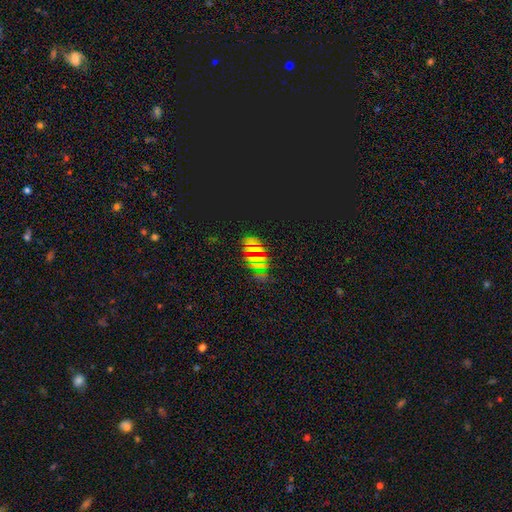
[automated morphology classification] smooth_or_featured: star or artifact (p=0.55) [alt: smooth p=0.35]